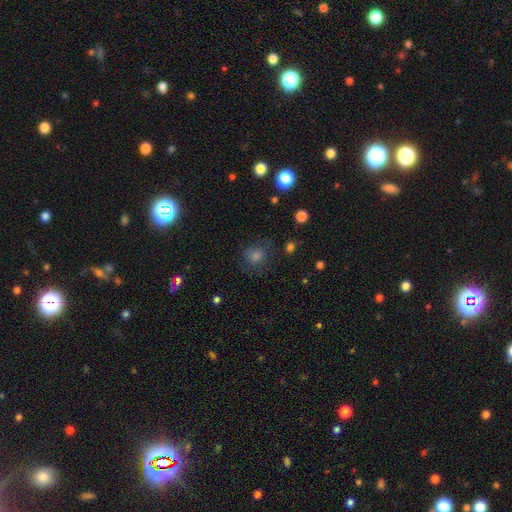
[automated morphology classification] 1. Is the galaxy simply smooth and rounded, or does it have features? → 57% smooth, 31% star or artifact, 12% featured or disk.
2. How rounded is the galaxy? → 85% round, 13% in between, 1% cigar-shaped.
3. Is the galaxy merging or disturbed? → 78% none, 13% minor disturbance, 7% major disturbance, 2% merger.